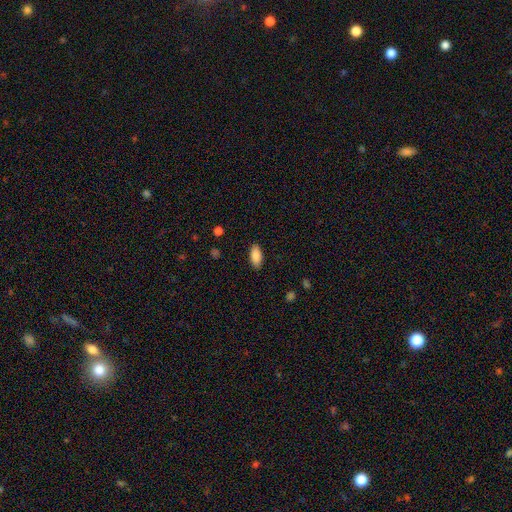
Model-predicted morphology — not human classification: A smooth galaxy with no disk features (88%) that is in between round and cigar-shaped (90%).

Vote fractions:
- Smooth or featured? smooth: 88% / star or artifact: 7% / featured or disk: 5%
- How rounded? in between: 90% / cigar-shaped: 8% / round: 2%
- Merging? none: 88% / minor disturbance: 9% / major disturbance: 2% / merger: 1%